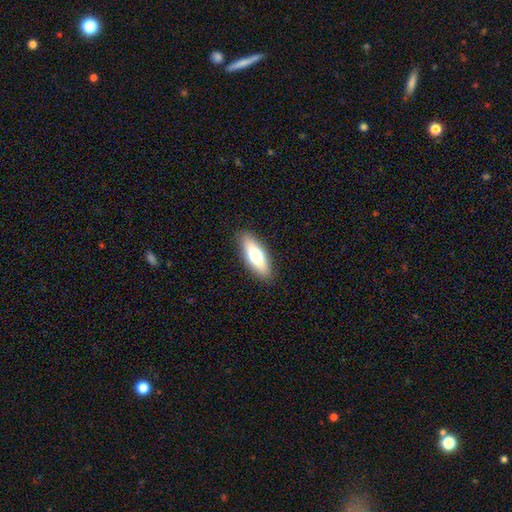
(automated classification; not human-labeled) smooth_or_featured: smooth (p=0.65) [alt: featured or disk p=0.28]
how_rounded: in between (p=0.59) [alt: cigar-shaped p=0.39]
merging: none (p=0.88) [alt: minor disturbance p=0.09]